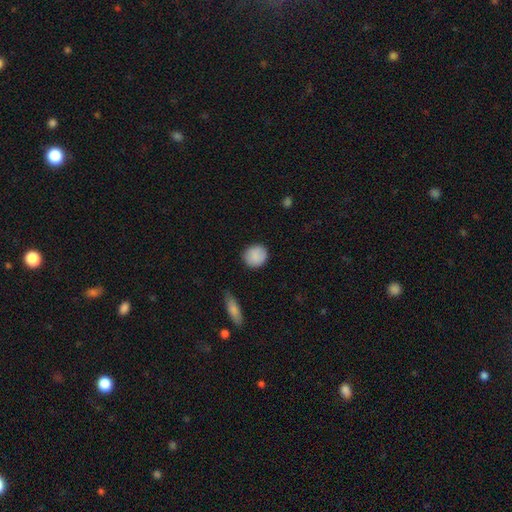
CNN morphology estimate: smooth-or-featured: smooth: 87% | star or artifact: 7% | featured or disk: 6%
  how-rounded: round: 86% | in between: 13% | cigar-shaped: 1%
  merging: none: 86% | minor disturbance: 11% | major disturbance: 2% | merger: 1%